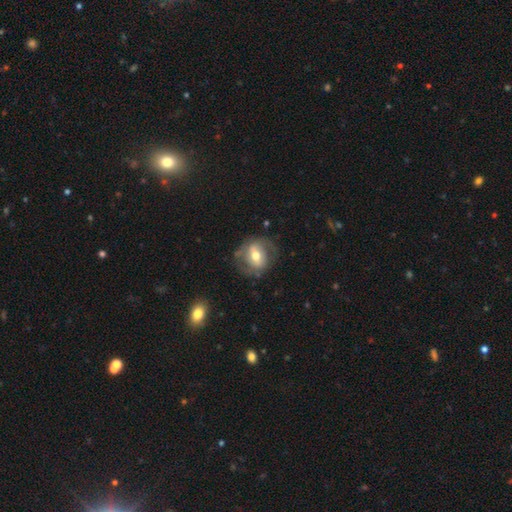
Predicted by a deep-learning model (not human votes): Smooth or featured? Predicted: featured or disk (p=0.59). Edge-on disk? Predicted: no (p=0.94). Bar? Predicted: weak (p=0.38). Spiral arms? Predicted: yes (p=0.57). Bulge size? Predicted: moderate (p=0.70). Merging? Predicted: none (p=0.65).